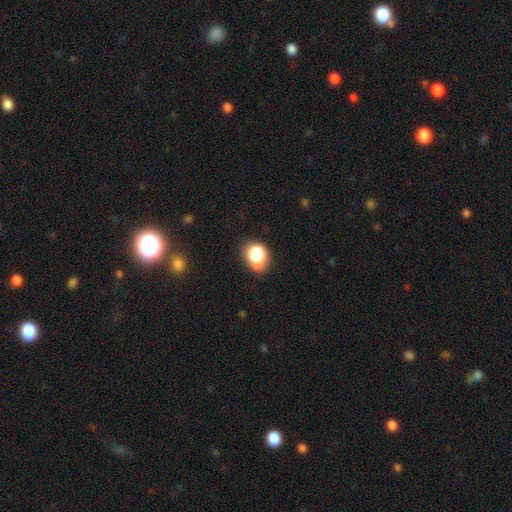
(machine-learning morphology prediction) Smooth or featured? Predicted: smooth (p=0.77). How rounded? Predicted: round (p=0.58). Merging? Predicted: none (p=0.49).